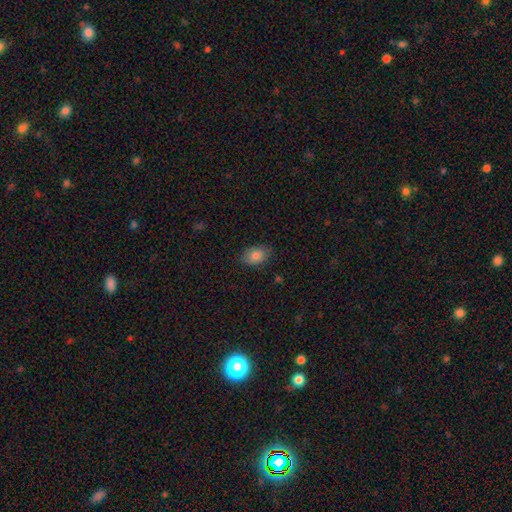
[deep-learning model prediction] A smooth galaxy with no disk features (85%) that is in between round and cigar-shaped (84%).

Vote fractions:
- Smooth or featured? smooth: 85% / star or artifact: 8% / featured or disk: 7%
- How rounded? in between: 84% / round: 15% / cigar-shaped: 1%
- Merging? none: 83% / minor disturbance: 13% / major disturbance: 3% / merger: 1%